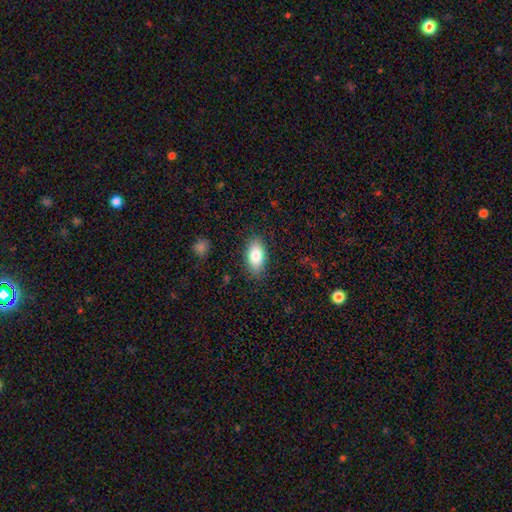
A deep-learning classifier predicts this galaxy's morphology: This is clearly a smooth galaxy (83%). How rounded: clearly in between (93%). Merging: clearly none (85%).